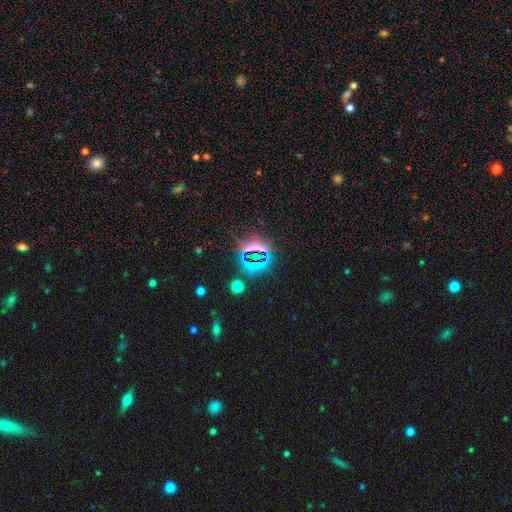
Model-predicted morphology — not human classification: This appears to be a star or artifact, not a galaxy (74%).